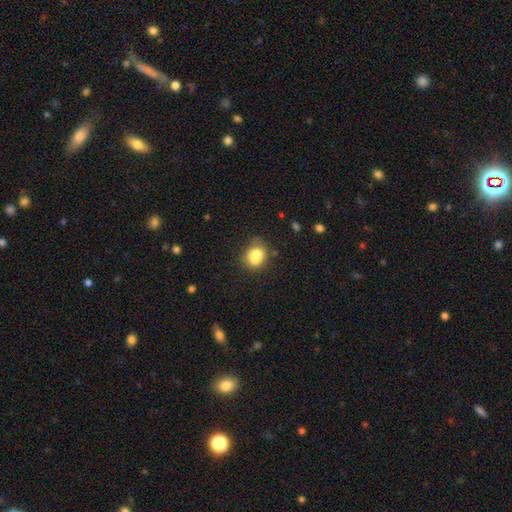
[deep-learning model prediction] A smooth galaxy with no disk features (73%) that is round (59%). Merging: none (41%).